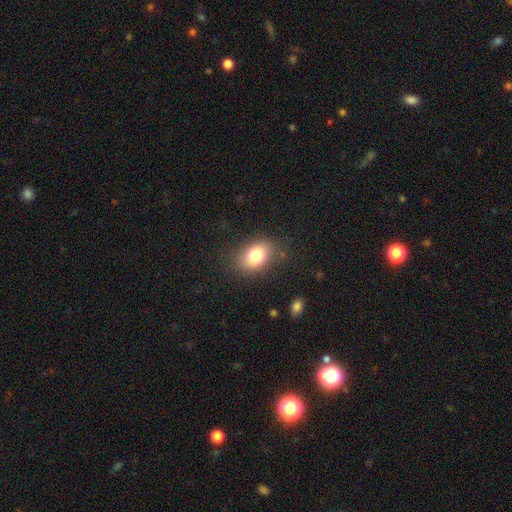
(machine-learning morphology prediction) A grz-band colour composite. It shows a smooth galaxy with no disk features (80%) that is in between round and cigar-shaped (75%). Merging: none (80%).